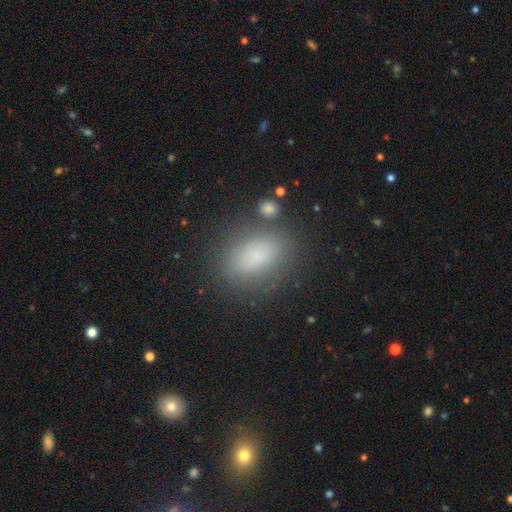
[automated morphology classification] smooth 80%, star or artifact 11%, featured or disk 9%. Down the decision tree: how rounded — in between (82%); merging — none (76%).